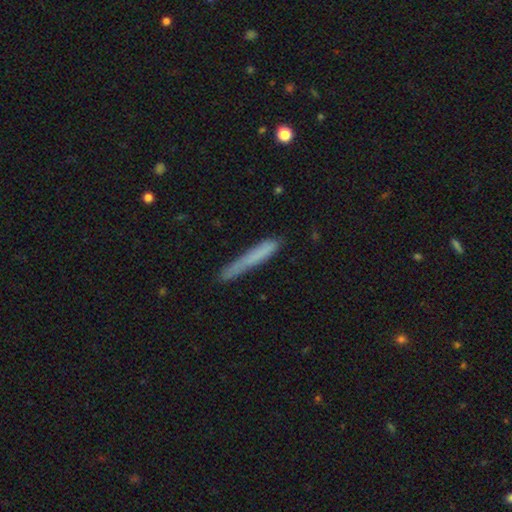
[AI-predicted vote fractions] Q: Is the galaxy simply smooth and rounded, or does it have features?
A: smooth — 70%.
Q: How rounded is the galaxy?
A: cigar-shaped — 96%.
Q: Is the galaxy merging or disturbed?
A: none — 75%.